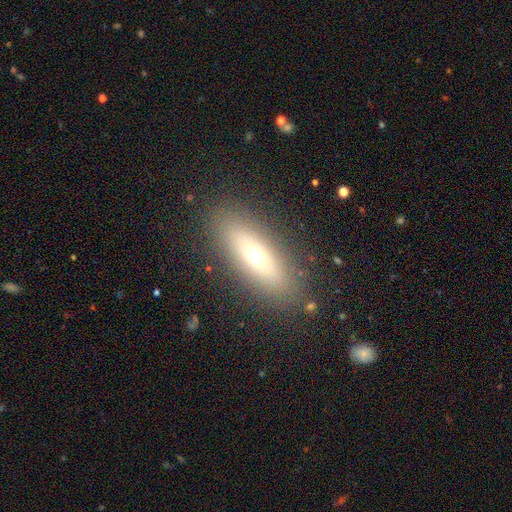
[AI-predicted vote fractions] This is possibly a smooth galaxy (56%). How rounded: possibly in between (51%). Merging: clearly none (86%).